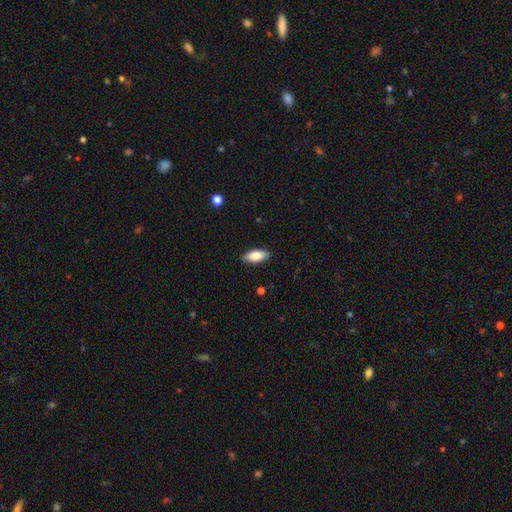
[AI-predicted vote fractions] A smooth galaxy with no disk features (83%) that is in between round and cigar-shaped (83%). Merging: none (88%).